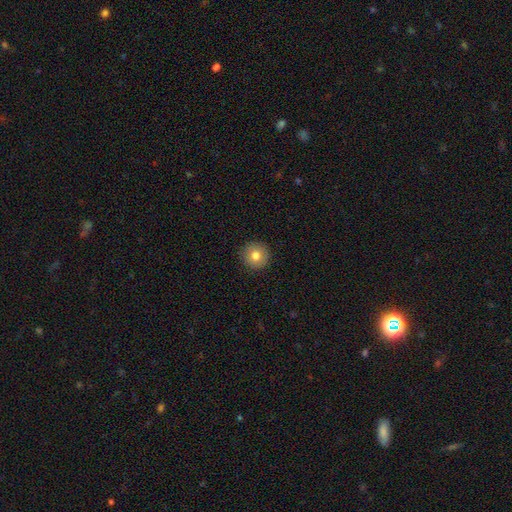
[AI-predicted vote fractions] A smooth galaxy with no disk features (79%) that is round (95%).

Vote fractions:
- Smooth or featured? smooth: 79% / featured or disk: 12% / star or artifact: 10%
- How rounded? round: 95% / in between: 4% / cigar-shaped: 1%
- Merging? none: 92% / minor disturbance: 5% / major disturbance: 2% / merger: 1%